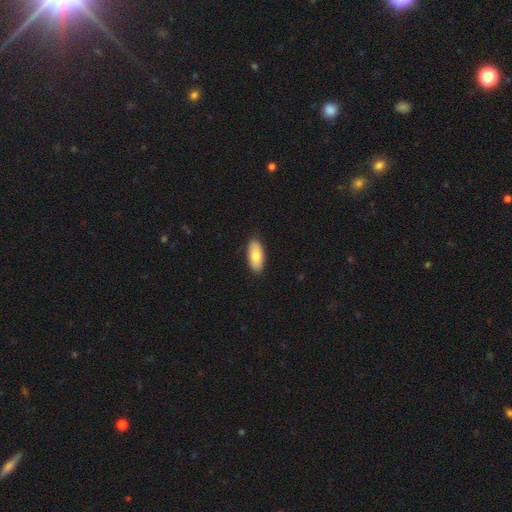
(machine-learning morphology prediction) Smooth or featured?
  - smooth: 77% *
  - featured or disk: 17%
  - star or artifact: 6%
How rounded?
  - in between: 88% *
  - cigar-shaped: 9%
  - round: 2%
Merging?
  - none: 88% *
  - minor disturbance: 9%
  - major disturbance: 2%
  - merger: 1%